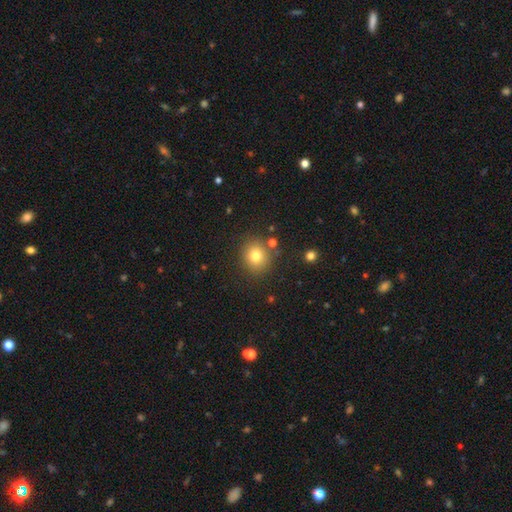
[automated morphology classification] smooth 78%, star or artifact 13%, featured or disk 9%. Down the decision tree: how rounded — round (80%); merging — none (82%).